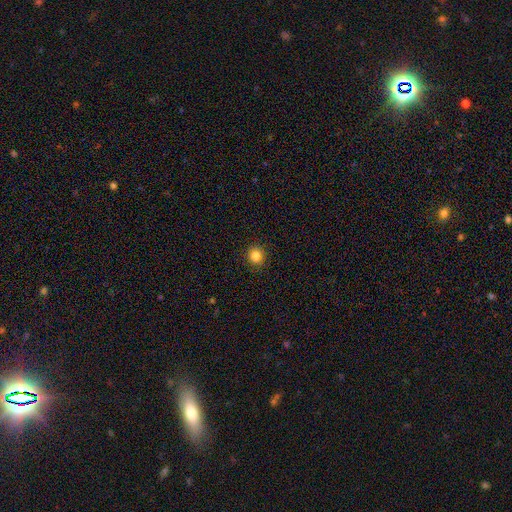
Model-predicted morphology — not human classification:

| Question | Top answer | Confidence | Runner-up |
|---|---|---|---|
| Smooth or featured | smooth | 84% | star or artifact (11%) |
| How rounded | round | 87% | in between (12%) |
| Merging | none | 91% | minor disturbance (6%) |